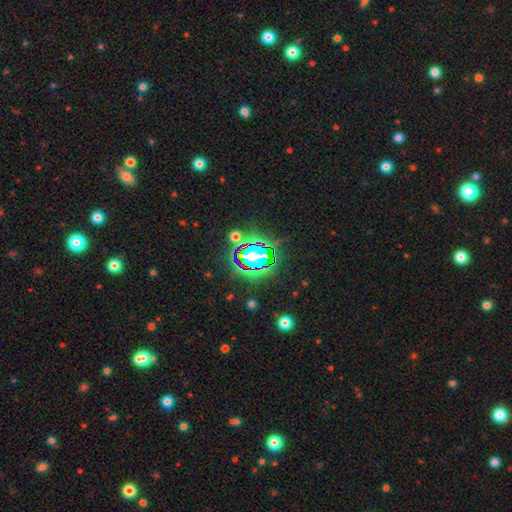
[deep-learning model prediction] smooth-or-featured: star or artifact: 81% | smooth: 12% | featured or disk: 7%